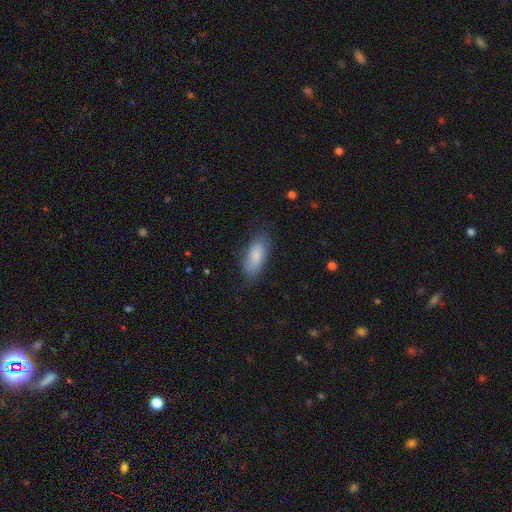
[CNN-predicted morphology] Q: Smooth or featured?
A: smooth (83%); runner-up: featured or disk (11%)
Q: How rounded?
A: in between (83%); runner-up: cigar-shaped (15%)
Q: Merging?
A: none (77%); runner-up: minor disturbance (17%)